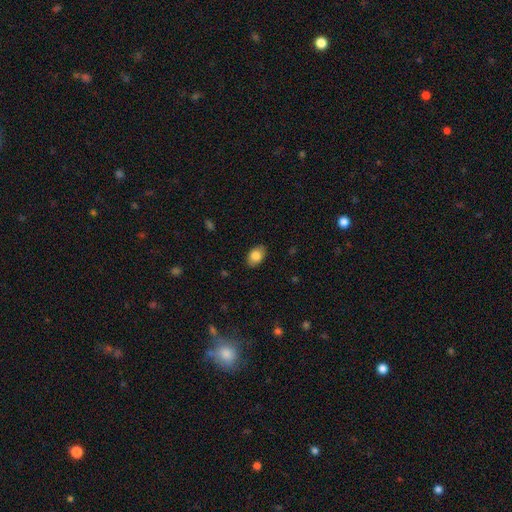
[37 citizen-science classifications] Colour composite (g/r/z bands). It shows a smooth galaxy with no disk features (81%) that is in between round and cigar-shaped (87%). Merging: none (91%).